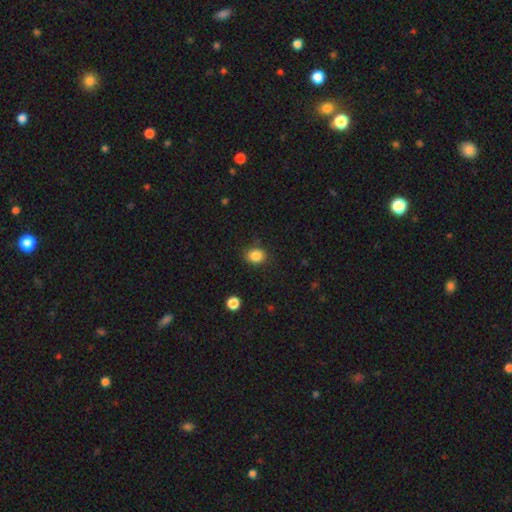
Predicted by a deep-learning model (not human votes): Smooth or featured?
  - smooth: 86% *
  - star or artifact: 10%
  - featured or disk: 4%
How rounded?
  - round: 61% *
  - in between: 38%
  - cigar-shaped: 1%
Merging?
  - none: 82% *
  - minor disturbance: 13%
  - major disturbance: 4%
  - merger: 2%